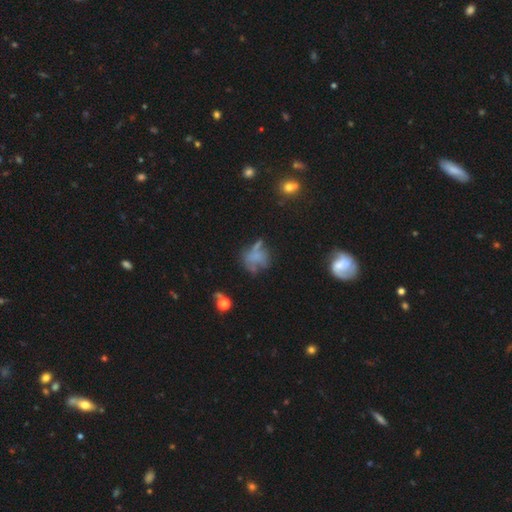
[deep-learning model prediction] smooth-or-featured: smooth: 48% | featured or disk: 31% | star or artifact: 21%
  merging: none: 43% | major disturbance: 23% | minor disturbance: 22% | merger: 12%